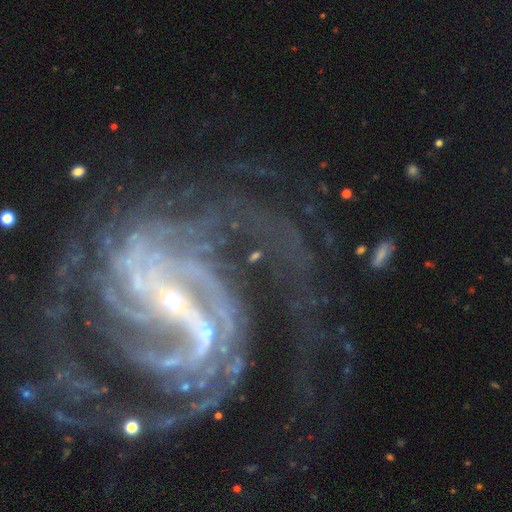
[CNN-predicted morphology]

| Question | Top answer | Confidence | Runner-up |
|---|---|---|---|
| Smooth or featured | featured or disk | 91% | star or artifact (7%) |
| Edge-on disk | no | 98% | yes (2%) |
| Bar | strong | 54% | weak (28%) |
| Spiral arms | yes | 98% | no (2%) |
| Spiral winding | medium | 47% | tight (39%) |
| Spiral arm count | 2 | 25% | 3 (20%) |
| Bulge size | small | 83% | moderate (13%) |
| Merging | none | 54% | major disturbance (25%) |